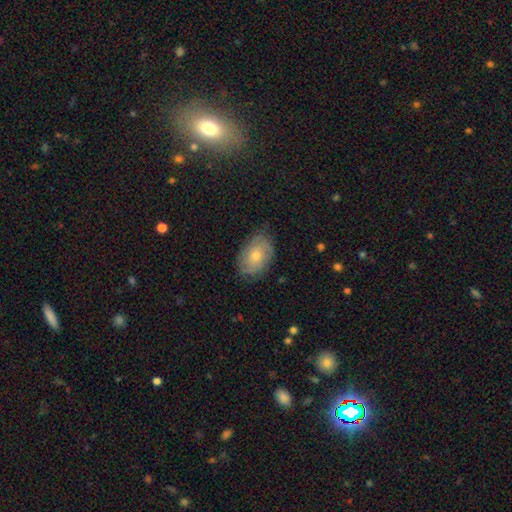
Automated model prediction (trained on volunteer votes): Smooth or featured: smooth — 48% (featured or disk — 42%)
Merging: none — 77% (minor disturbance — 18%)